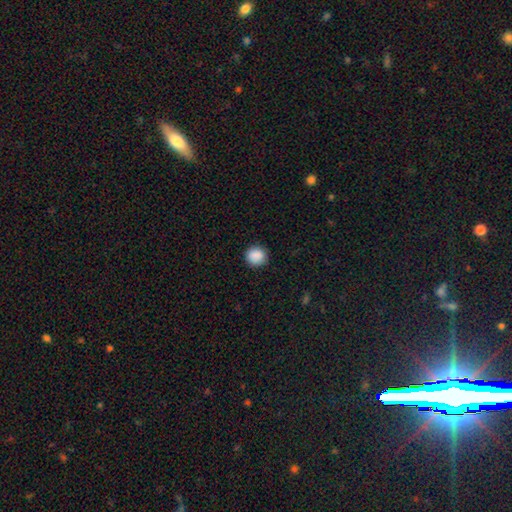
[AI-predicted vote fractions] Overall: smooth (89%). How rounded: round (90%). Merging: none (89%).